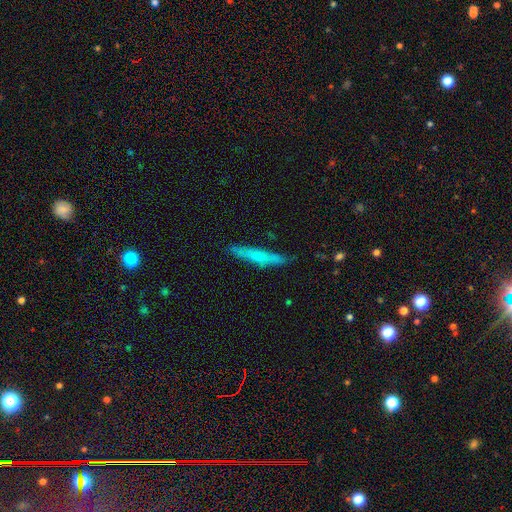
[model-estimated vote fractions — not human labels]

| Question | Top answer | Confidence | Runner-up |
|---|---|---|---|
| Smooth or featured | smooth | 55% | featured or disk (39%) |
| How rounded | cigar-shaped | 93% | in between (5%) |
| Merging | none | 82% | minor disturbance (14%) |